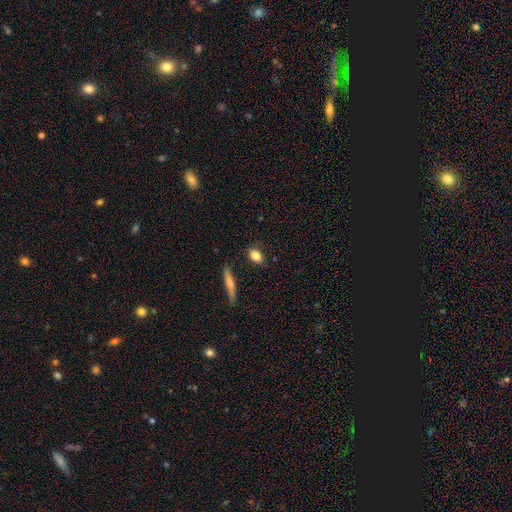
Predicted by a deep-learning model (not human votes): Morphology: type=smooth (84%); roundness=in between (70%); merging=none (80%).